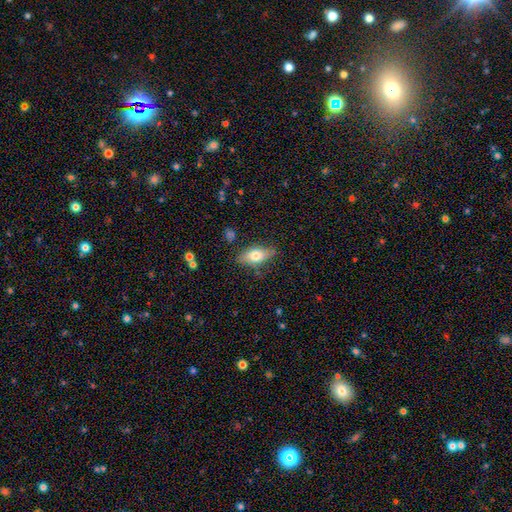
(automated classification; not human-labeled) Smooth or featured: smooth — 74% (featured or disk — 18%)
How rounded: in between — 88% (cigar-shaped — 8%)
Merging: none — 77% (minor disturbance — 17%)